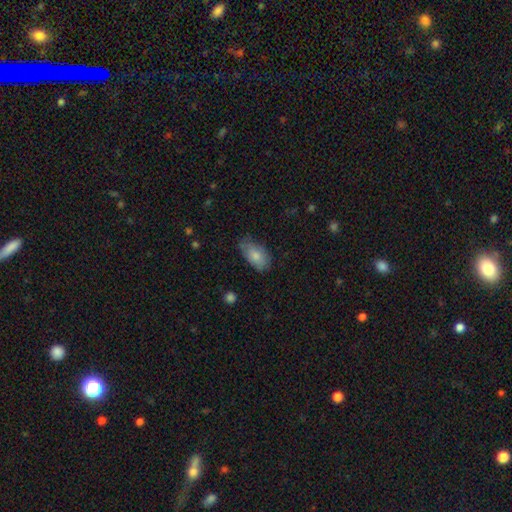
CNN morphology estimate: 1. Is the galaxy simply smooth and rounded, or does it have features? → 79% smooth, 14% featured or disk, 6% star or artifact.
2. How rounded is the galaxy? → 93% in between, 5% round, 3% cigar-shaped.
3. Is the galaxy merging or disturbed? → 62% none, 30% minor disturbance, 6% major disturbance, 2% merger.